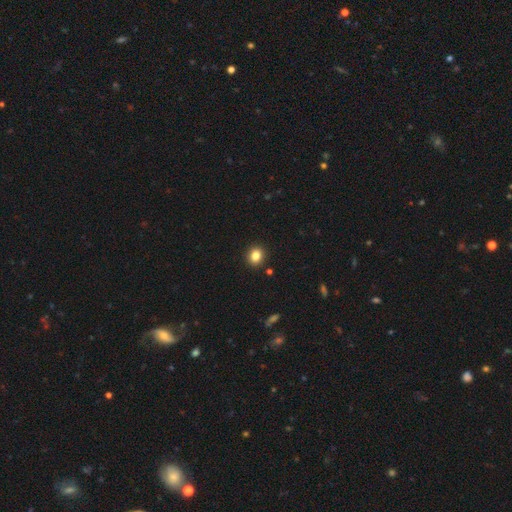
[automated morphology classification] smooth-or-featured: smooth: 84% | star or artifact: 11% | featured or disk: 5%
  how-rounded: round: 77% | in between: 22% | cigar-shaped: 1%
  merging: none: 92% | minor disturbance: 5% | major disturbance: 2% | merger: 1%